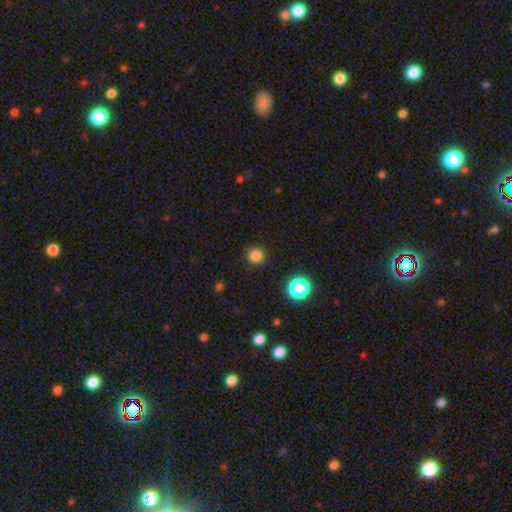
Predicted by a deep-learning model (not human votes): Smooth or featured? Predicted: smooth (p=0.81). How rounded? Predicted: round (p=0.95). Merging? Predicted: none (p=0.90).